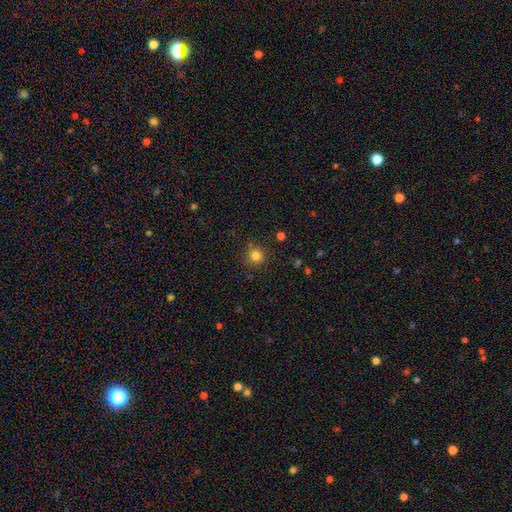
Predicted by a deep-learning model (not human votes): Q: Smooth or featured?
A: smooth (82%); runner-up: star or artifact (13%)
Q: How rounded?
A: round (92%); runner-up: in between (7%)
Q: Merging?
A: none (84%); runner-up: minor disturbance (10%)